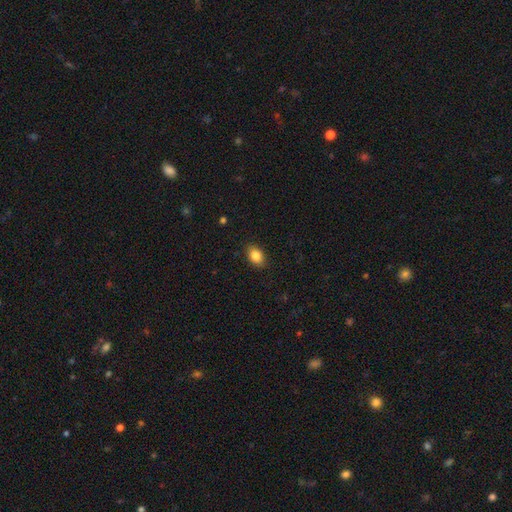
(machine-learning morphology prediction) type=smooth (84%); roundness=in between (83%); merging=none (89%).